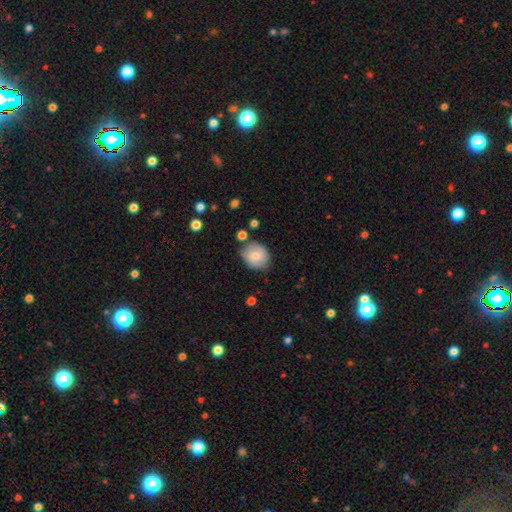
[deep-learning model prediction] Smooth or featured? smooth (75%)
How rounded? round (73%)
Merging? none (76%)